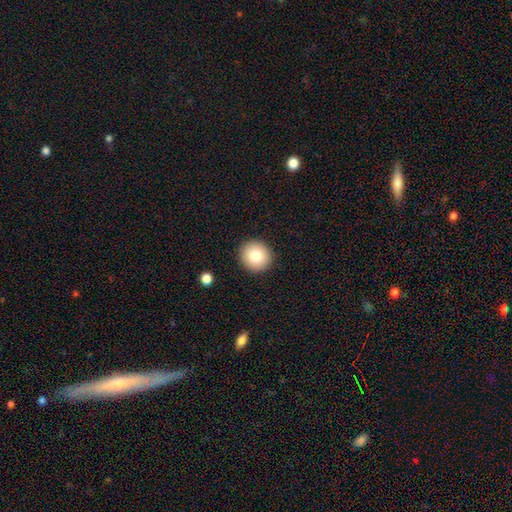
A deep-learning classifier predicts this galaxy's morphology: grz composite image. It shows a smooth galaxy with no disk features (81%) that is round (93%). Merging: none (92%).